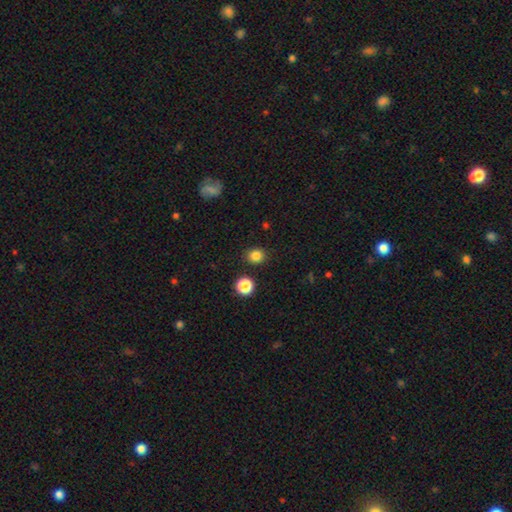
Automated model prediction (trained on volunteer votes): This is clearly a smooth galaxy (84%). How rounded: likely round (78%). Merging: clearly none (88%).